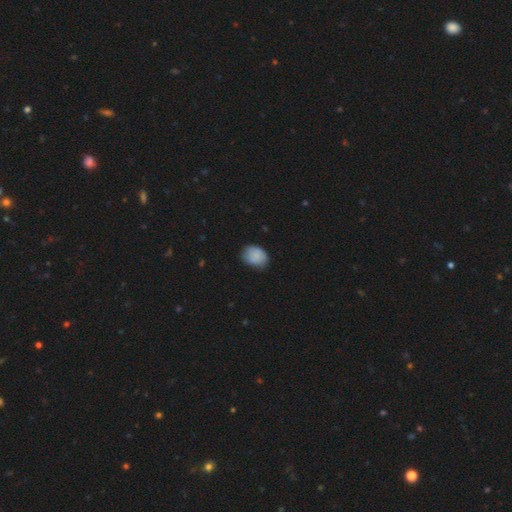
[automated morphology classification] Overall: smooth (85%). How rounded: in between (55%; round 44%). Merging: none (72%).